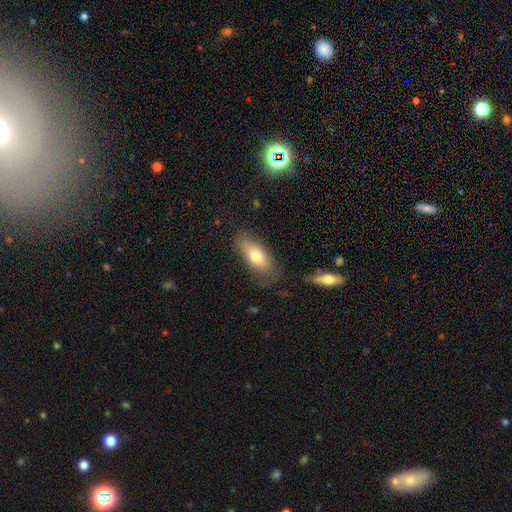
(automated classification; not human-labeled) This is likely a smooth galaxy (71%). How rounded: clearly in between (80%). Merging: likely none (69%).